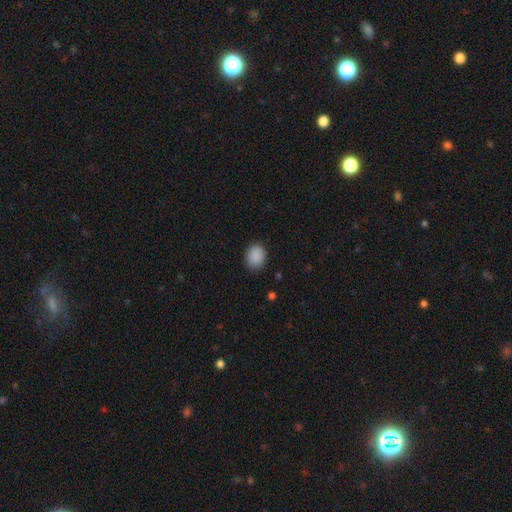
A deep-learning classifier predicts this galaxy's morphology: Overall: smooth (89%). How rounded: round (51%; in between 48%). Merging: none (86%).